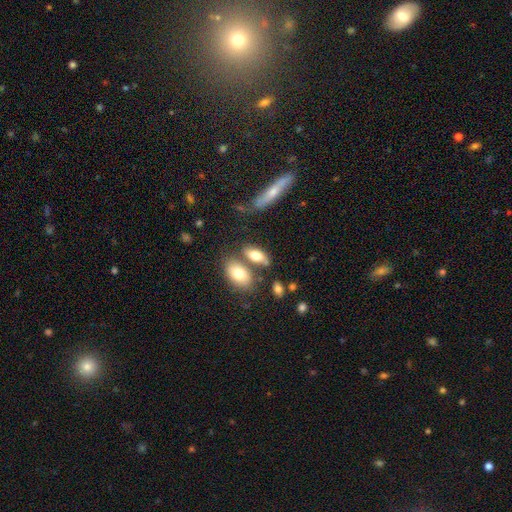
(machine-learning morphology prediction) This is likely a smooth galaxy (75%). How rounded: clearly in between (85%). Merging: possibly none (55%).